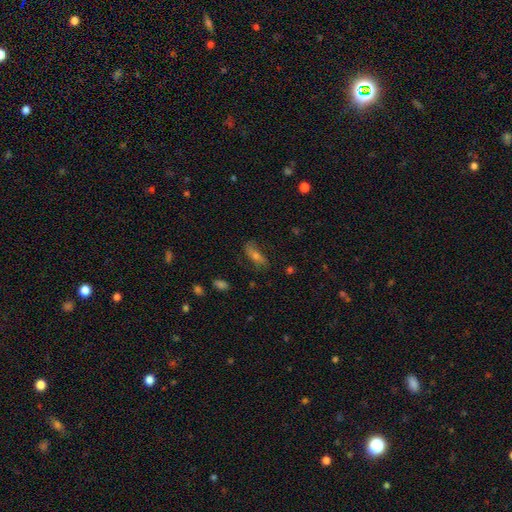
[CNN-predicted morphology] Overall: smooth (42%; featured or disk 40%). Merging: none (70%).